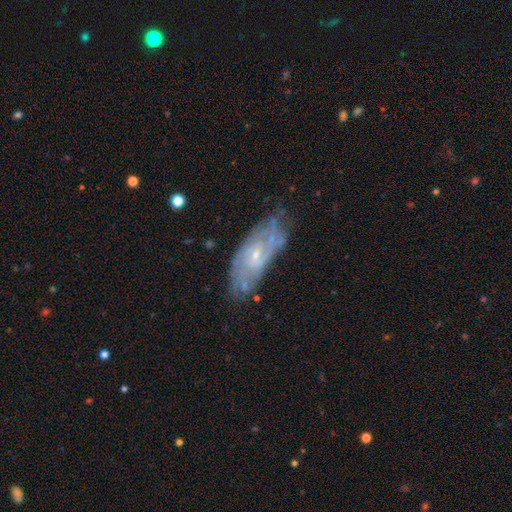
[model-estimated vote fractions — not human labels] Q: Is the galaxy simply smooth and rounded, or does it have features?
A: featured or disk — 73%.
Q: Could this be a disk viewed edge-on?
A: no — 88%.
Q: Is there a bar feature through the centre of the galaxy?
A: no — 63%.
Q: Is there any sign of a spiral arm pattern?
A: yes — 77%.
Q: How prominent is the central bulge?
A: small — 76%.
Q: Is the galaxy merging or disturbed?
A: none — 63%.